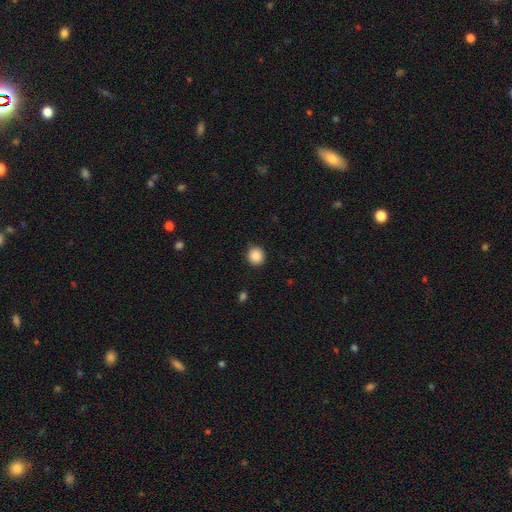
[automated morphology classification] Smooth or featured? Predicted: smooth (p=0.88). How rounded? Predicted: round (p=0.90). Merging? Predicted: none (p=0.90).